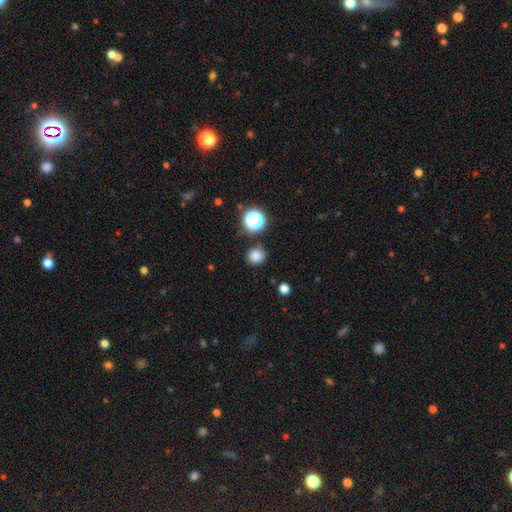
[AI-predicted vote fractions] This appears to be a smooth galaxy with no disk features (81%) that is round (91%). Merging: none (85%).